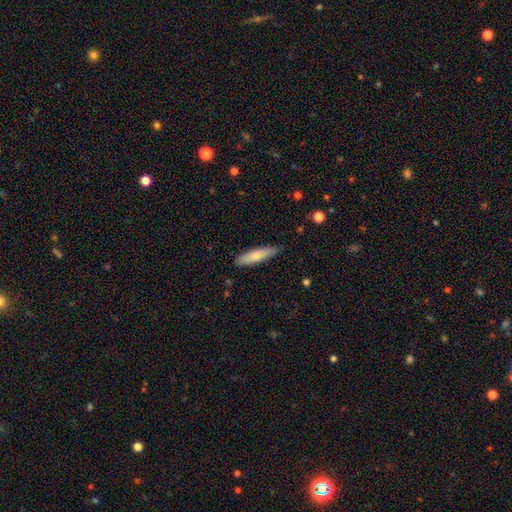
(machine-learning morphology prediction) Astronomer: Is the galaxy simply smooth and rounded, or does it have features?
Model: smooth — 75%.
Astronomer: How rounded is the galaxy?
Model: cigar-shaped — 75%.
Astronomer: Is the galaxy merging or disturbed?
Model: none — 83%.